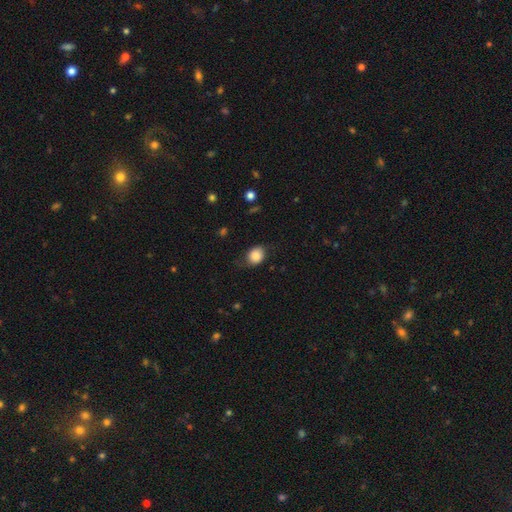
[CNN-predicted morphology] type=smooth (82%); roundness=round (53%); merging=none (65%).